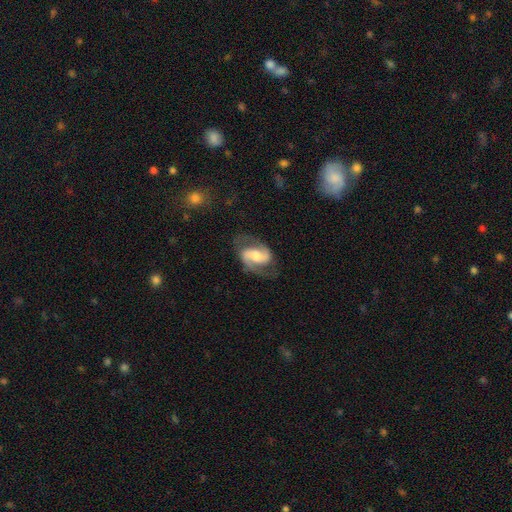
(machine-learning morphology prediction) A featured or disk galaxy (84%) with a weak bar (45%), 2 (91%) medium (54%) spiral arms (96%) and a moderate central bulge (55%).

Vote fractions:
- Smooth or featured? featured or disk: 84% / smooth: 11% / star or artifact: 5%
- Edge-on disk? no: 97% / yes: 3%
- Bar? weak: 45% / no: 34% / strong: 22%
- Spiral arms? yes: 96% / no: 4%
- Spiral winding? medium: 54% / loose: 27% / tight: 20%
- Spiral arm count? 2: 91% / can't tell: 3% / 1: 3% / 3: 1% / 4: 1% / more than 4: 1%
- Bulge size? moderate: 55% / small: 22% / large: 16% / none: 5% / dominant: 2%
- Merging? none: 71% / minor disturbance: 18% / major disturbance: 10% / merger: 1%